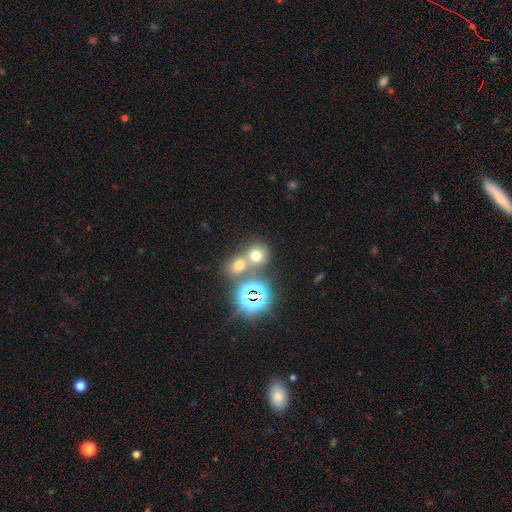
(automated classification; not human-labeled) smooth_or_featured: smooth (p=0.57) [alt: star or artifact p=0.32]
how_rounded: round (p=0.81) [alt: in between p=0.18]
merging: none (p=0.50) [alt: merger p=0.40]